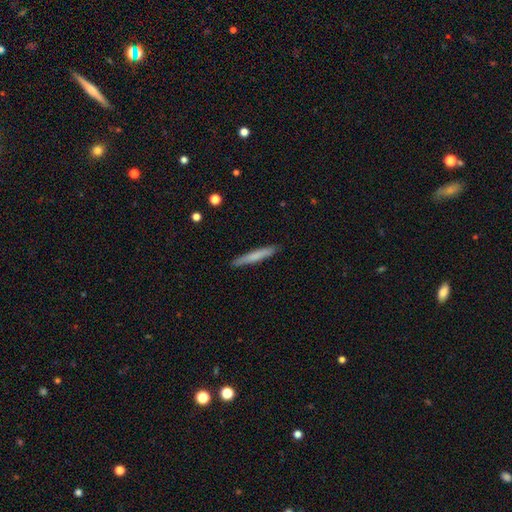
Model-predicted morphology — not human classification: Q: Smooth or featured?
A: smooth (70%); runner-up: featured or disk (24%)
Q: How rounded?
A: cigar-shaped (96%); runner-up: in between (3%)
Q: Merging?
A: none (91%); runner-up: minor disturbance (7%)